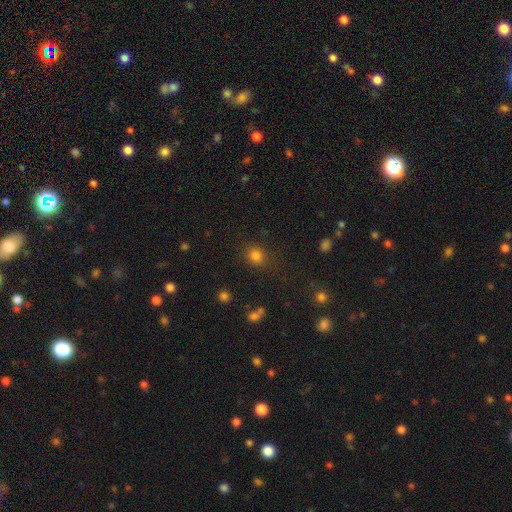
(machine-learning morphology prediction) A smooth galaxy with no disk features (81%) that is round (80%). Merging: none (84%).